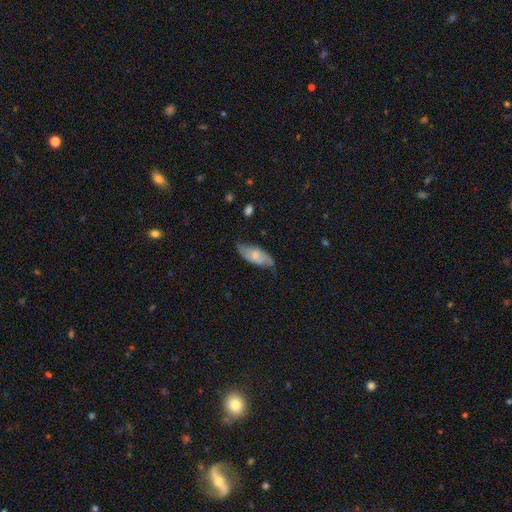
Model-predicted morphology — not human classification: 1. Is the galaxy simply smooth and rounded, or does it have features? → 51% smooth, 43% featured or disk, 6% star or artifact.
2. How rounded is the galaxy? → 82% in between, 15% cigar-shaped, 2% round.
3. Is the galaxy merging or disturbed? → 61% none, 29% minor disturbance, 8% major disturbance, 2% merger.